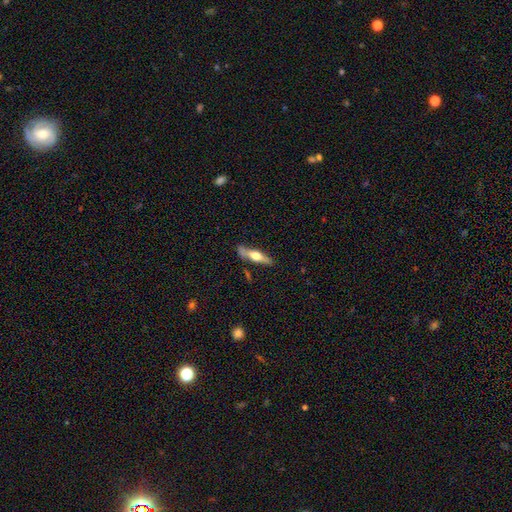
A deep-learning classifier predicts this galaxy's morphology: This appears to be a featured or disk galaxy (57%) viewed edge-on (93%) with a rounded central bulge (92%). Merging: none (76%).